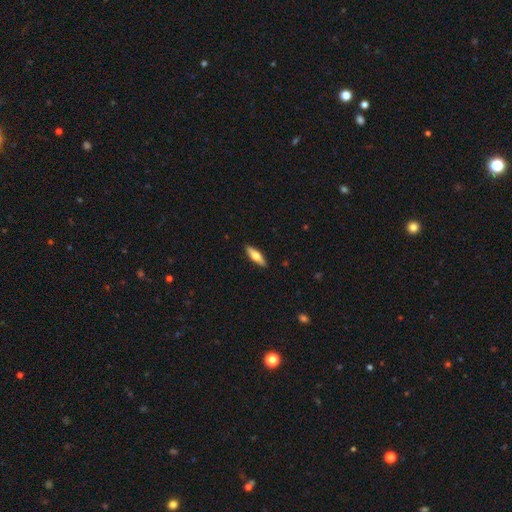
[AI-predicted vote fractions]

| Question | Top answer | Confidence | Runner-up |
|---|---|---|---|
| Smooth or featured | smooth | 52% | featured or disk (42%) |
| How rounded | cigar-shaped | 56% | in between (42%) |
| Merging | none | 91% | minor disturbance (7%) |